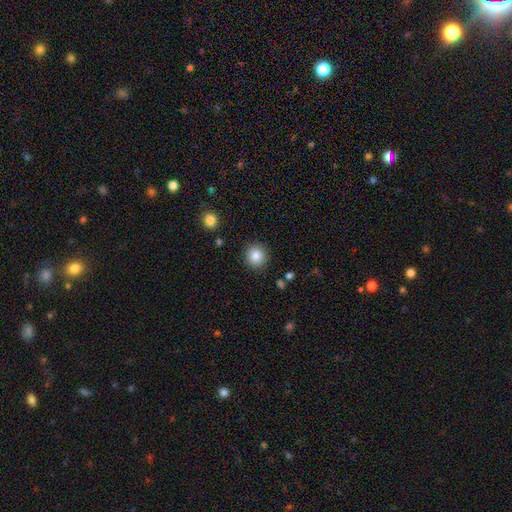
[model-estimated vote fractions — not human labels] smooth-or-featured: smooth: 85% | star or artifact: 10% | featured or disk: 6%
  how-rounded: round: 93% | in between: 6% | cigar-shaped: 1%
  merging: none: 90% | minor disturbance: 6% | major disturbance: 2% | merger: 2%